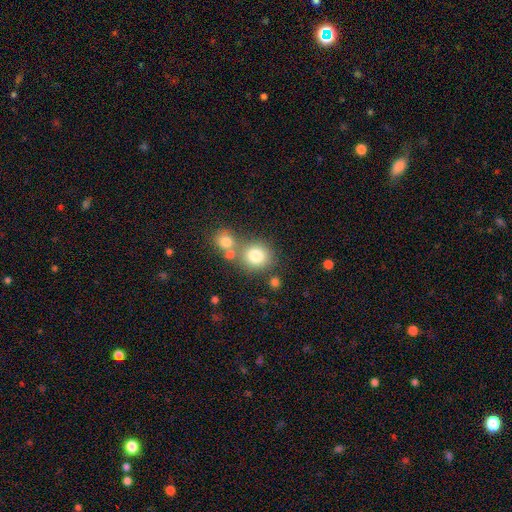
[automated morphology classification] smooth 79%, star or artifact 11%, featured or disk 10%. Down the decision tree: how rounded — round (82%); merging — none (60%).